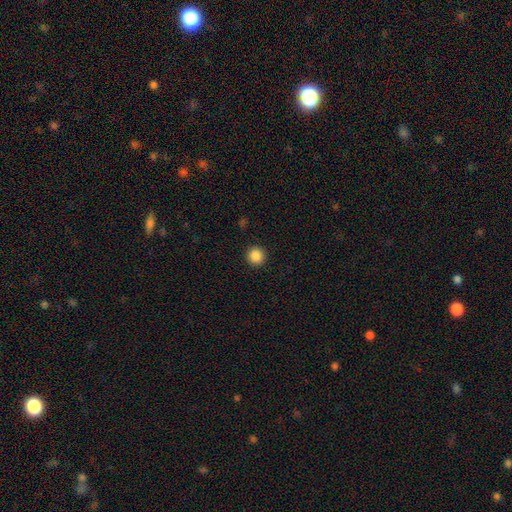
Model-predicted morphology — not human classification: type=smooth (88%); roundness=round (93%); merging=none (92%).